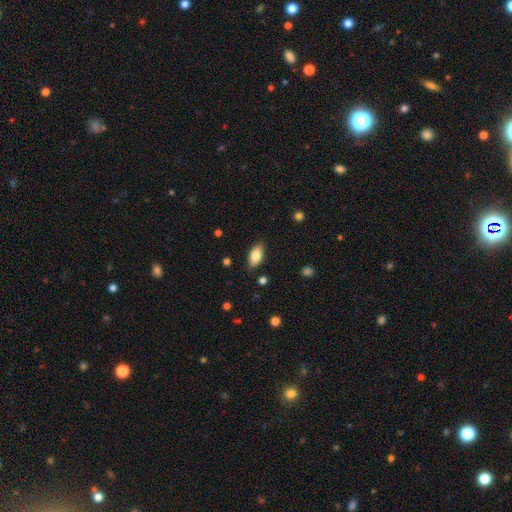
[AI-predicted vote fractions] Smooth or featured? smooth (83%)
How rounded? in between (93%)
Merging? none (85%)